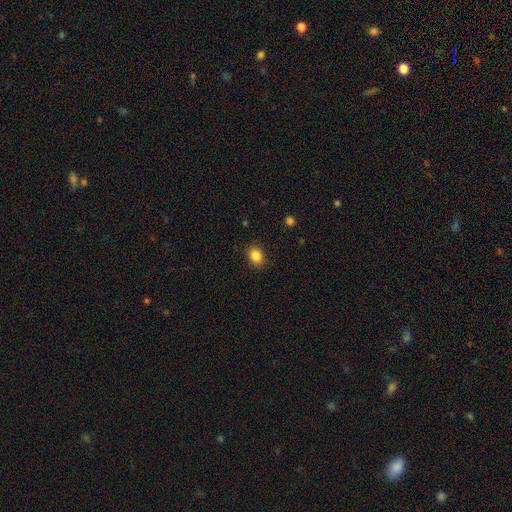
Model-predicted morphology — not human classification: Q: Smooth or featured?
A: smooth (85%); runner-up: star or artifact (10%)
Q: How rounded?
A: in between (67%); runner-up: round (32%)
Q: Merging?
A: none (88%); runner-up: minor disturbance (8%)